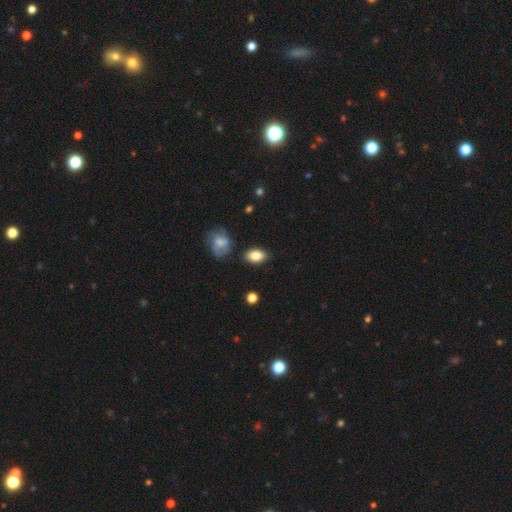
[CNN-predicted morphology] A smooth galaxy with no disk features (85%) that is in between round and cigar-shaped (88%). Merging: none (83%).